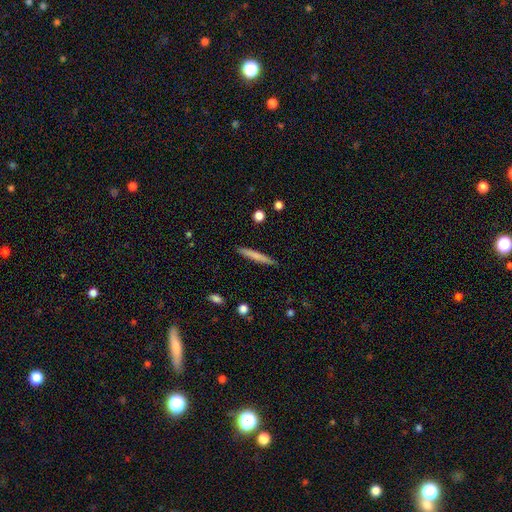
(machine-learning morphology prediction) smooth 70%, featured or disk 24%, star or artifact 6%. Down the decision tree: how rounded — cigar-shaped (96%); merging — none (89%).